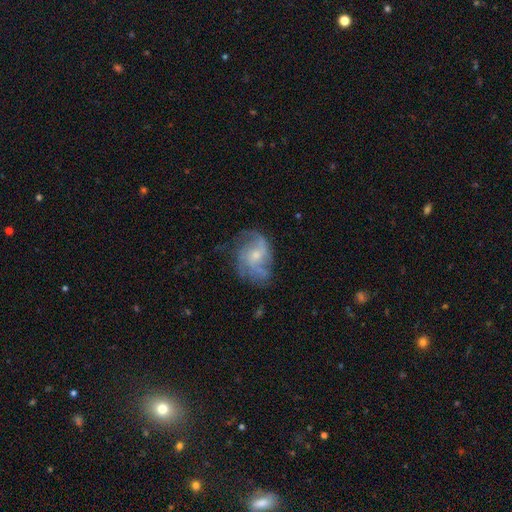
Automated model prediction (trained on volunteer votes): Smooth or featured? Predicted: featured or disk (p=0.78). Edge-on disk? Predicted: no (p=0.97). Bar? Predicted: no (p=0.65). Spiral arms? Predicted: yes (p=0.90). Spiral winding? Predicted: medium (p=0.44). Spiral arm count? Predicted: 2 (p=0.29). Bulge size? Predicted: small (p=0.58). Merging? Predicted: none (p=0.59).